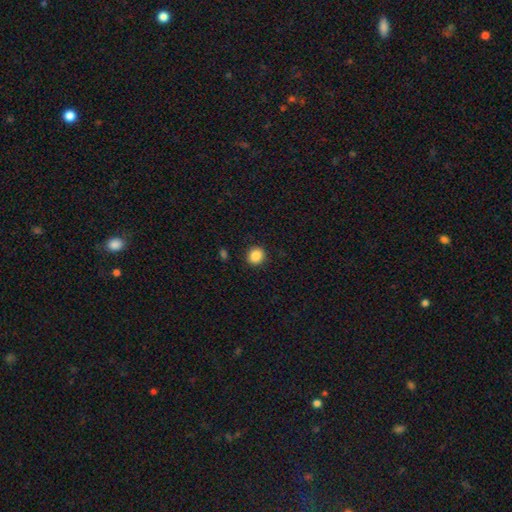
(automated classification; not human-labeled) smooth-or-featured: smooth: 87% | star or artifact: 9% | featured or disk: 3%
  how-rounded: round: 80% | in between: 19% | cigar-shaped: 1%
  merging: none: 91% | minor disturbance: 6% | major disturbance: 2% | merger: 1%